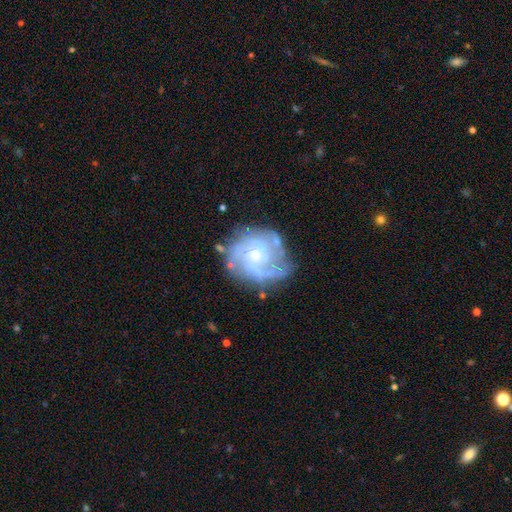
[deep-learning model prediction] The model was most divided on "spiral arm count": can't tell: 29%, 2: 27%, 3: 25%, 4: 8%, 1: 6%, more than 4: 5%. More confident: edge-on disk — no (98%); spiral arms — yes (92%); smooth or featured — featured or disk (83%); bar — no (67%); merging — none (65%); spiral winding — tight (55%); bulge size — small (50%).